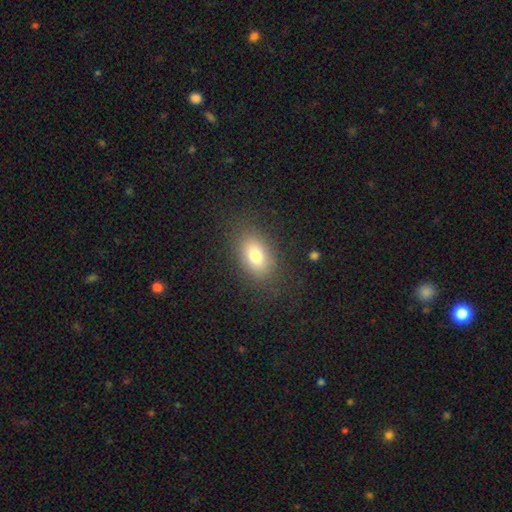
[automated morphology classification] Overall: smooth (77%). How rounded: in between (85%). Merging: none (85%).